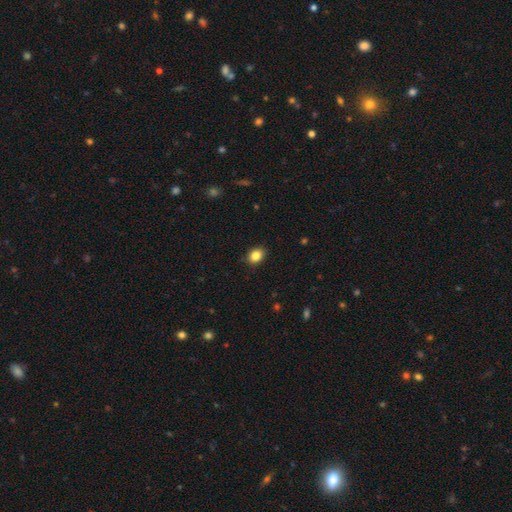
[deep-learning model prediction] A smooth galaxy with no disk features (85%) that is in between round and cigar-shaped (57%).

Vote fractions:
- Smooth or featured? smooth: 85% / star or artifact: 10% / featured or disk: 6%
- How rounded? in between: 57% / round: 42% / cigar-shaped: 1%
- Merging? none: 89% / minor disturbance: 9% / major disturbance: 2% / merger: 1%